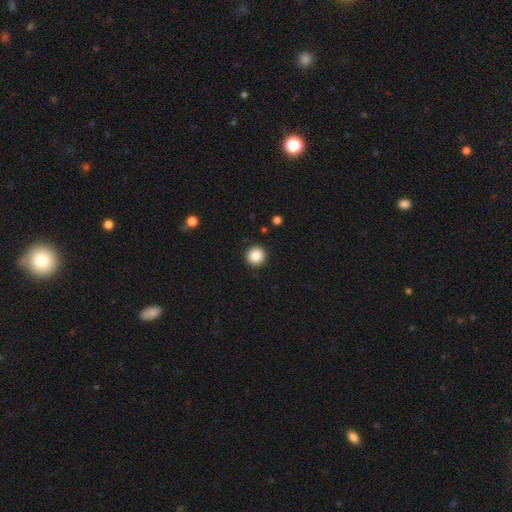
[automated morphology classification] A smooth galaxy with no disk features (87%) that is round (95%). Merging: none (92%).